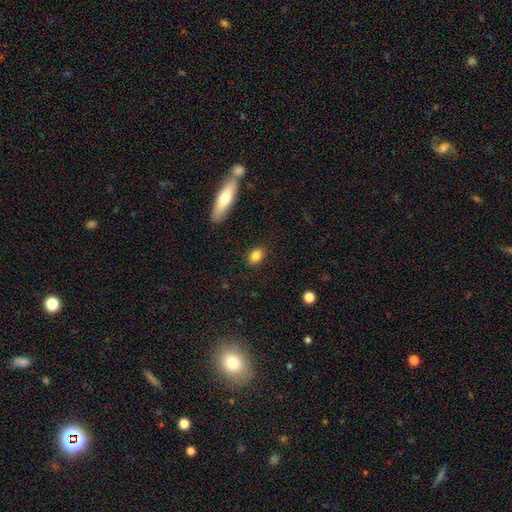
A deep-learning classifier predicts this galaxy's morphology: Smooth or featured? Predicted: smooth (p=0.83). How rounded? Predicted: in between (p=0.70). Merging? Predicted: none (p=0.86).